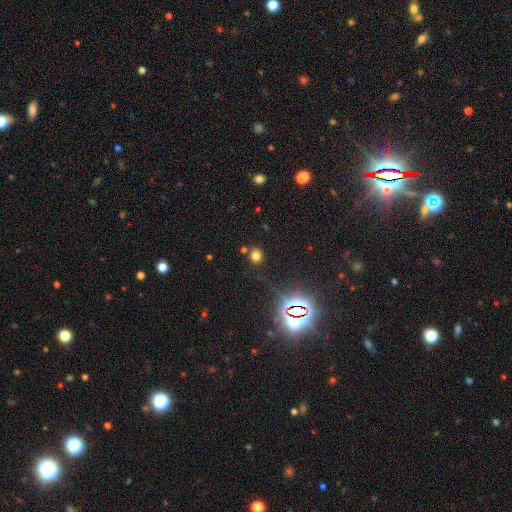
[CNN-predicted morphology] The model was most divided on "how rounded": round: 68%, in between: 31%, cigar-shaped: 1%. More confident: merging — none (80%); smooth or featured — smooth (68%).